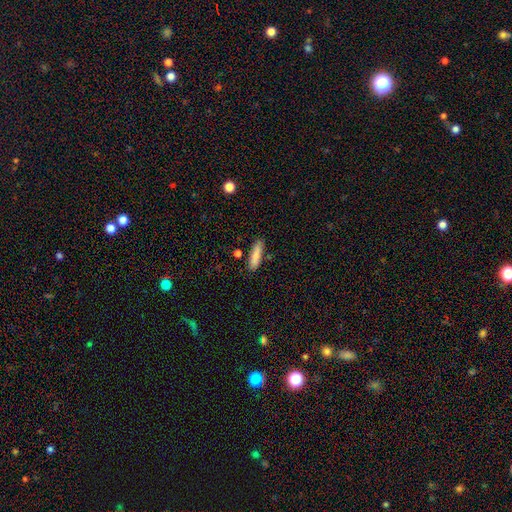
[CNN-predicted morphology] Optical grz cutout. It shows a smooth galaxy with no disk features (84%) that is cigar-shaped (64%). Merging: none (80%).